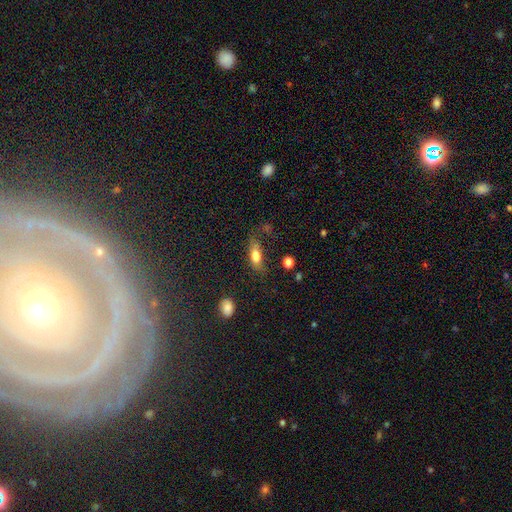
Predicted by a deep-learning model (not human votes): This appears to be a smooth galaxy with no disk features (76%) that is in between round and cigar-shaped (75%). Merging: none (55%).